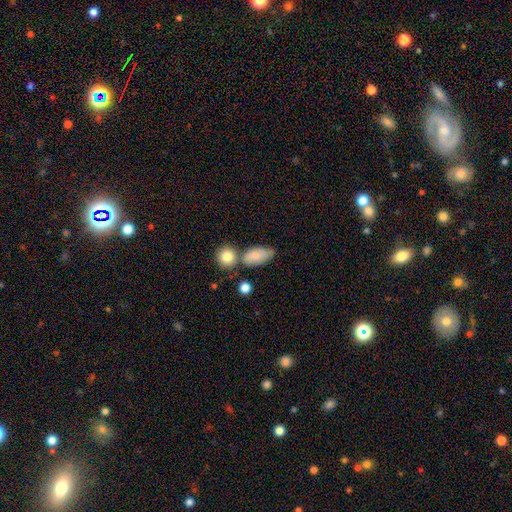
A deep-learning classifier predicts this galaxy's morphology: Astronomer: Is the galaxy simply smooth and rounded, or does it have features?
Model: smooth — 81%.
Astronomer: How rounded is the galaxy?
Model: in between — 84%.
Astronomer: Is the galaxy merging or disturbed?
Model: none — 51%.